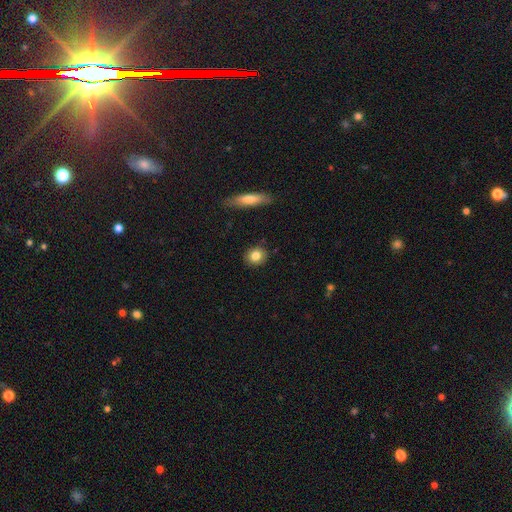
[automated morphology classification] smooth-or-featured: smooth: 83% | featured or disk: 9% | star or artifact: 9%
  how-rounded: round: 77% | in between: 21% | cigar-shaped: 2%
  merging: none: 89% | minor disturbance: 7% | major disturbance: 2% | merger: 2%